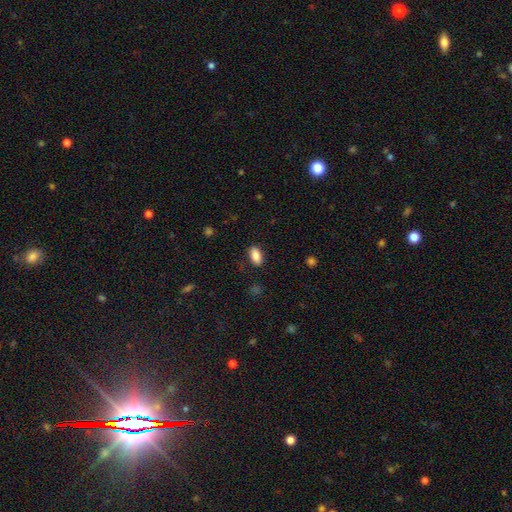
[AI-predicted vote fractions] A smooth galaxy with no disk features (88%) that is in between round and cigar-shaped (92%). Merging: none (86%).